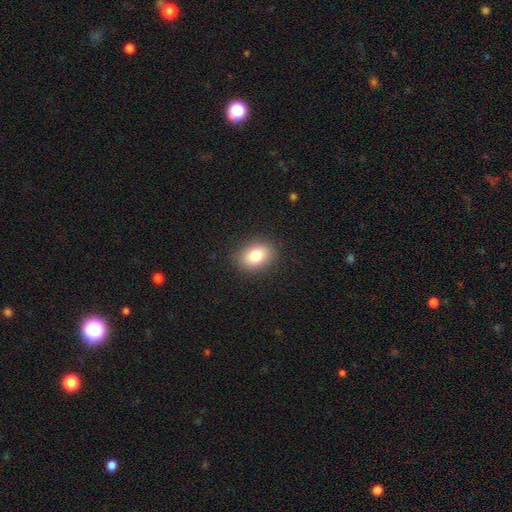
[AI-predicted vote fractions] This is clearly a smooth galaxy (81%). How rounded: likely in between (70%). Merging: clearly none (88%).